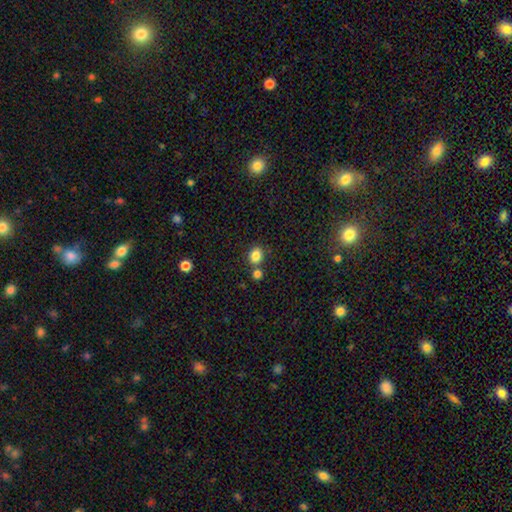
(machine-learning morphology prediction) This appears to be a smooth galaxy with no disk features (84%) that is round (61%). Merging: none (67%).